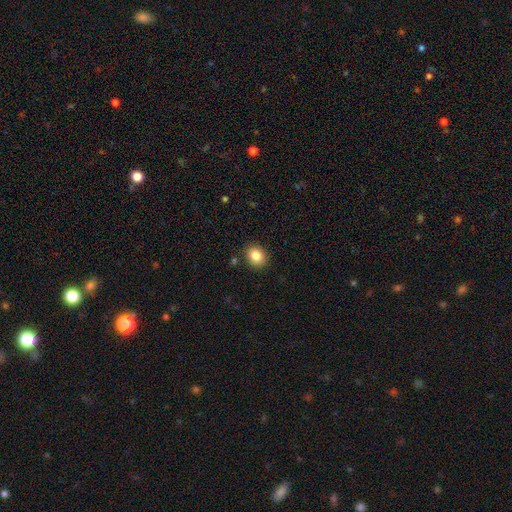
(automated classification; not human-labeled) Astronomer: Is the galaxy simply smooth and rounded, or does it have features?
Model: smooth — 87%.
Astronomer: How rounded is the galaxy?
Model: round — 56% (runner-up: in between, 43%).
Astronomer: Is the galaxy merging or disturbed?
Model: none — 86%.